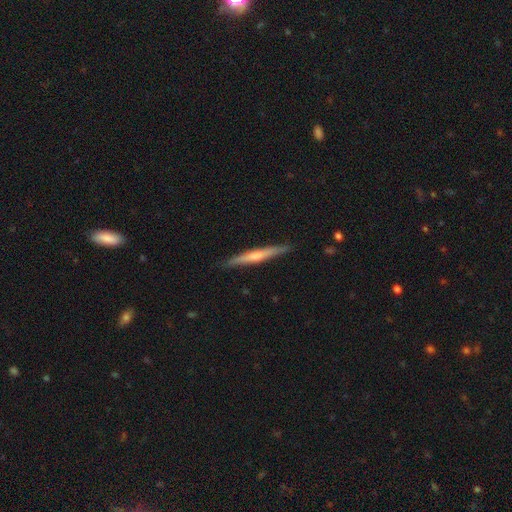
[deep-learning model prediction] Morphology: type=featured or disk (57%); edge-on=yes (96%); edge-on bulge=rounded (66%); merging=none (89%).